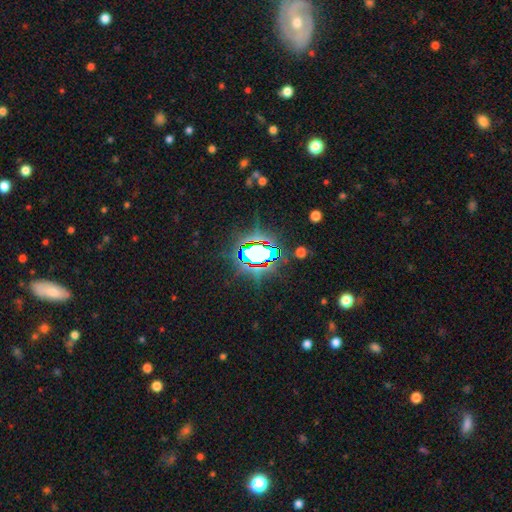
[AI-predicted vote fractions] Smooth or featured? Predicted: star or artifact (p=0.76).